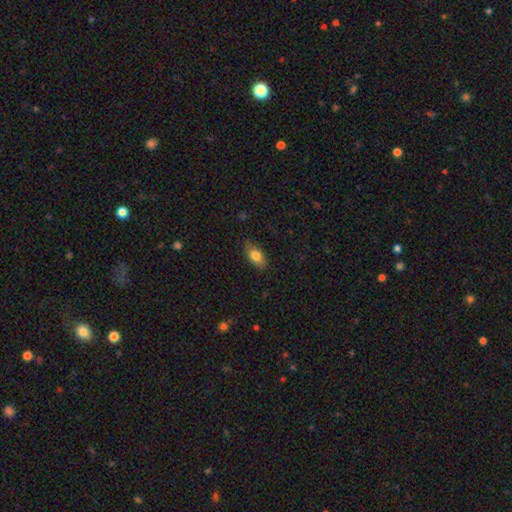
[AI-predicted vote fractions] Overall: smooth (80%). How rounded: in between (89%). Merging: none (82%).